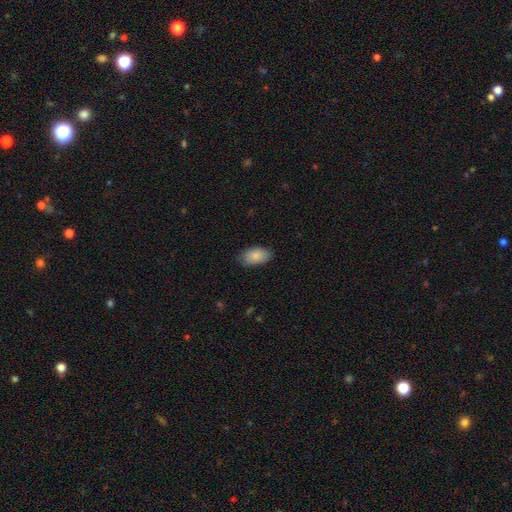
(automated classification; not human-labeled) A smooth galaxy with no disk features (84%) that is in between round and cigar-shaped (93%).

Vote fractions:
- Smooth or featured? smooth: 84% / featured or disk: 9% / star or artifact: 7%
- How rounded? in between: 93% / round: 5% / cigar-shaped: 1%
- Merging? none: 79% / minor disturbance: 17% / major disturbance: 3% / merger: 1%